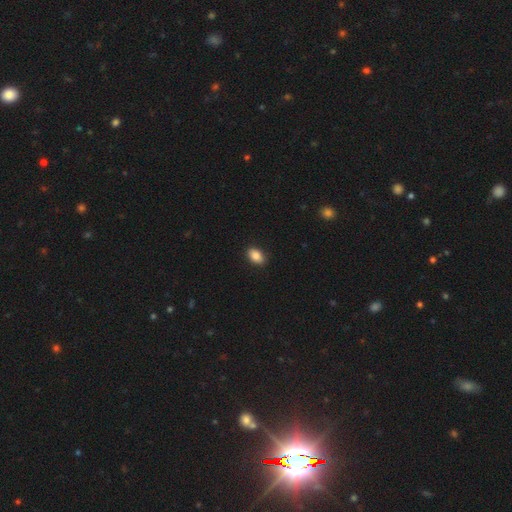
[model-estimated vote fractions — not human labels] Smooth or featured?
  - smooth: 87% *
  - star or artifact: 8%
  - featured or disk: 5%
How rounded?
  - in between: 85% *
  - round: 13%
  - cigar-shaped: 1%
Merging?
  - none: 90% *
  - minor disturbance: 7%
  - major disturbance: 2%
  - merger: 1%